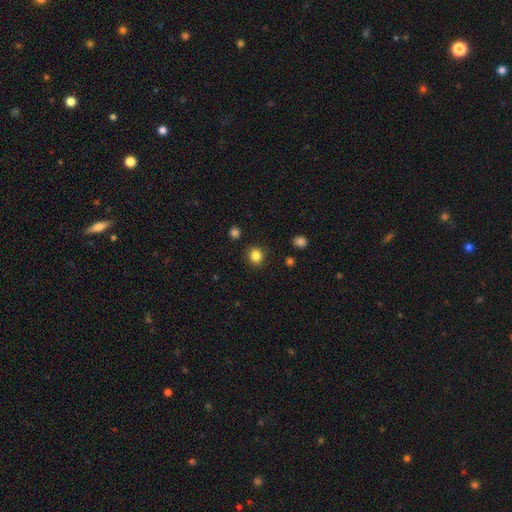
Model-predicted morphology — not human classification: Smooth or featured: smooth — 84% (star or artifact — 11%)
How rounded: round — 87% (in between — 12%)
Merging: none — 87% (minor disturbance — 9%)